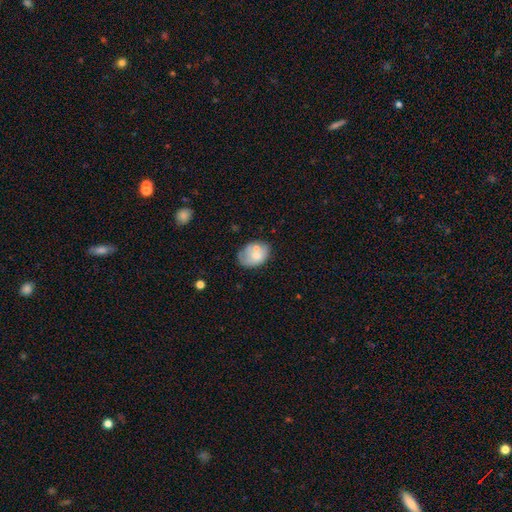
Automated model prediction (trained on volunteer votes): This appears to be a smooth galaxy with no disk features (61%) that is in between round and cigar-shaped (73%). Merging: none (44%).